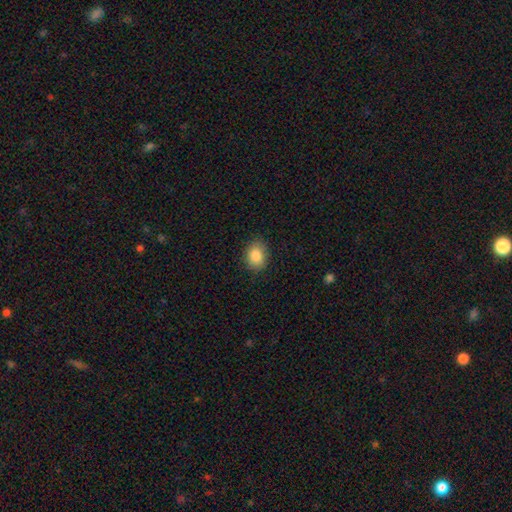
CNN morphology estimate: This is clearly a smooth galaxy (86%). How rounded: likely in between (63%). Merging: clearly none (85%).